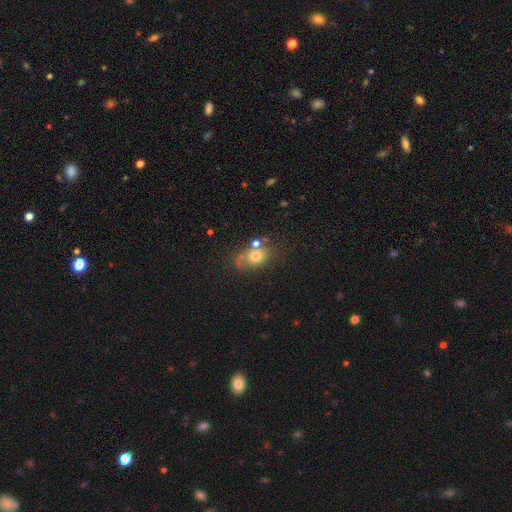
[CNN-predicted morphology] Q: Smooth or featured?
A: smooth (69%); runner-up: featured or disk (17%)
Q: How rounded?
A: in between (60%); runner-up: round (38%)
Q: Merging?
A: none (57%); runner-up: merger (20%)